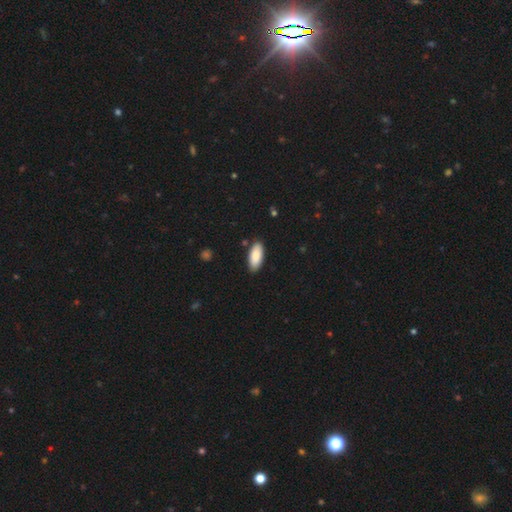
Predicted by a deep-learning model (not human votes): smooth_or_featured: smooth (p=0.86) [alt: featured or disk p=0.08]
how_rounded: in between (p=0.85) [alt: cigar-shaped p=0.14]
merging: none (p=0.87) [alt: minor disturbance p=0.10]